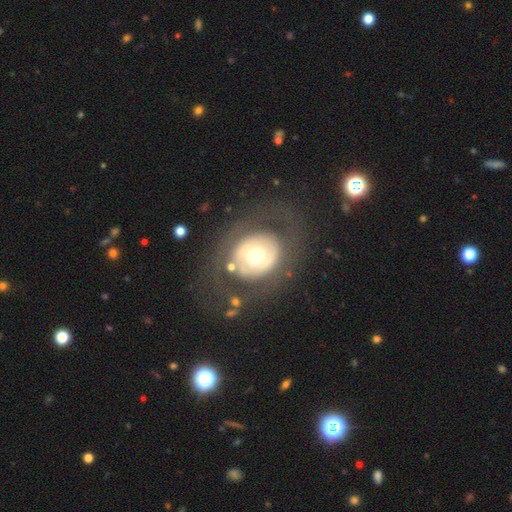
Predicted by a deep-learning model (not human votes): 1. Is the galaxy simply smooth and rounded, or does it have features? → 52% featured or disk, 40% smooth, 8% star or artifact.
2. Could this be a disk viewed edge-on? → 94% no, 6% yes.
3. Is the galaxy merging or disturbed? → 69% none, 15% major disturbance, 13% minor disturbance, 2% merger.